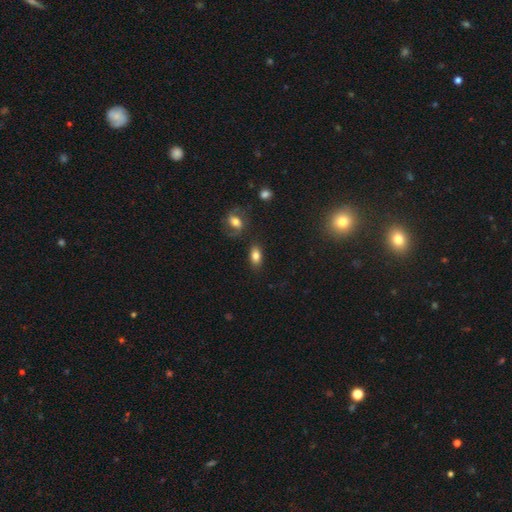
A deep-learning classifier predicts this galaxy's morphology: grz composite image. It shows a smooth galaxy with no disk features (80%) that is in between round and cigar-shaped (89%). Merging: none (80%).